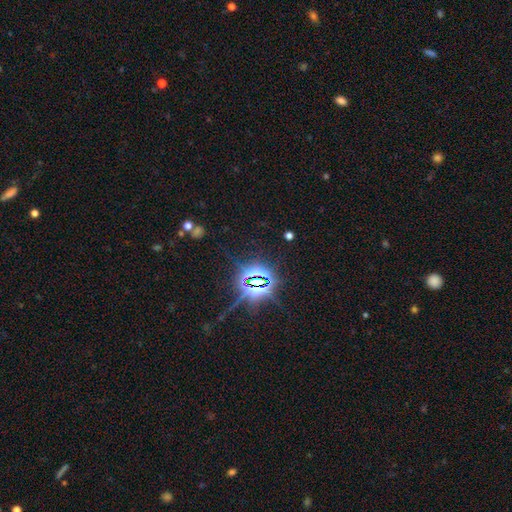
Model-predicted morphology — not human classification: The model was most divided on "smooth or featured": star or artifact: 84%, smooth: 9%, featured or disk: 7%.